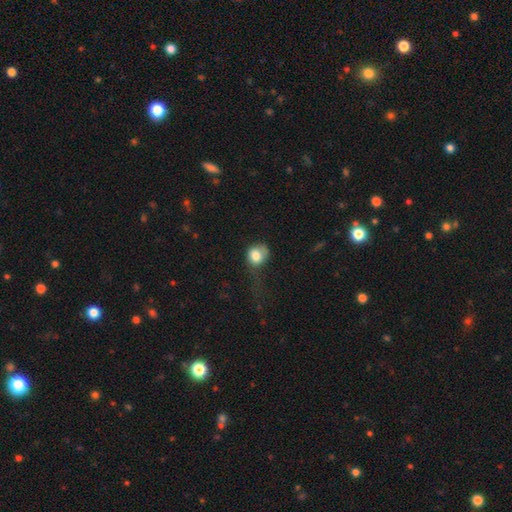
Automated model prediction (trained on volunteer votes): smooth-or-featured: smooth: 79% | featured or disk: 12% | star or artifact: 8%
  how-rounded: round: 65% | in between: 34% | cigar-shaped: 1%
  merging: major disturbance: 36% | minor disturbance: 33% | none: 28% | merger: 3%